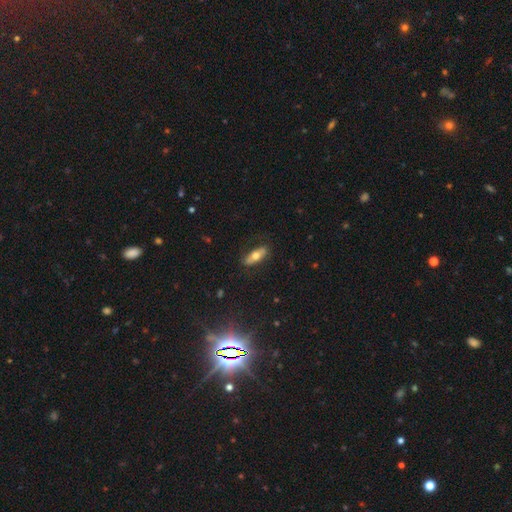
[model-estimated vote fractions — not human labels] A smooth galaxy with no disk features (56%) that is in between round and cigar-shaped (61%). Merging: none (79%).